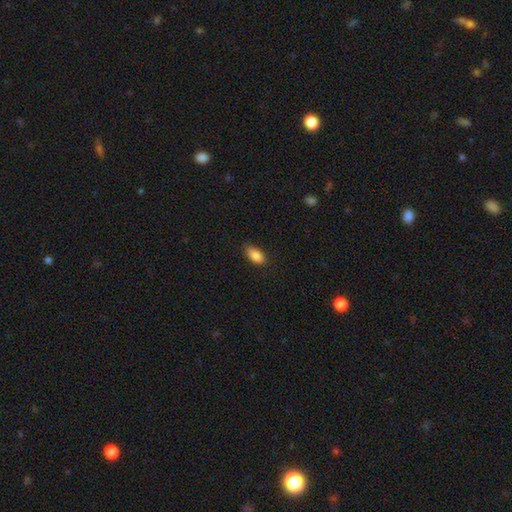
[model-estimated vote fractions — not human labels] This appears to be a smooth galaxy with no disk features (86%) that is in between round and cigar-shaped (90%). Merging: none (81%).